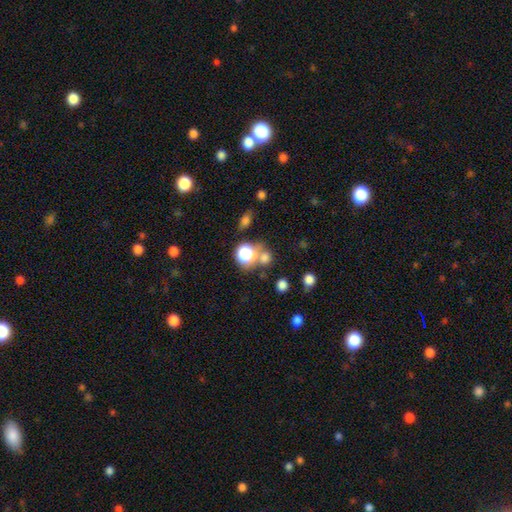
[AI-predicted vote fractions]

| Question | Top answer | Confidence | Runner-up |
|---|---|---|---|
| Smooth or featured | smooth | 71% | star or artifact (18%) |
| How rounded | round | 79% | in between (20%) |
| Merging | none | 47% | merger (36%) |